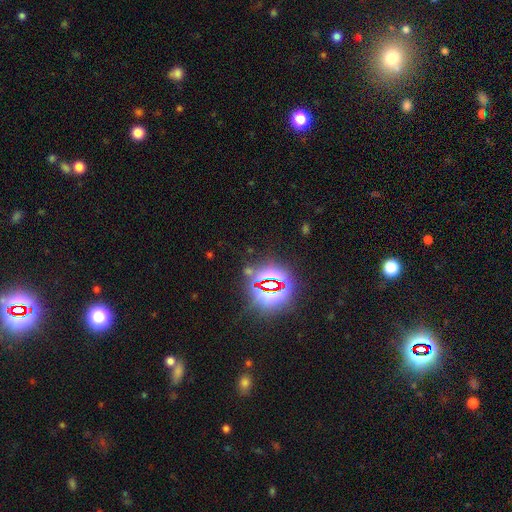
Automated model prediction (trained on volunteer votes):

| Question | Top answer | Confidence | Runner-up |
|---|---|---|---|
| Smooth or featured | star or artifact | 80% | smooth (12%) |